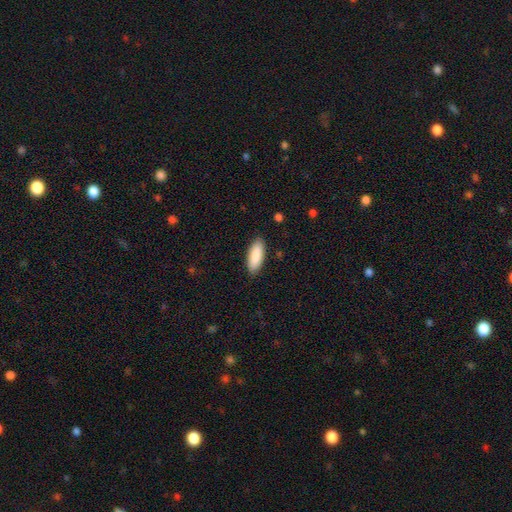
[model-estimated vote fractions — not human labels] Smooth or featured? smooth (89%)
How rounded? in between (72%)
Merging? none (89%)